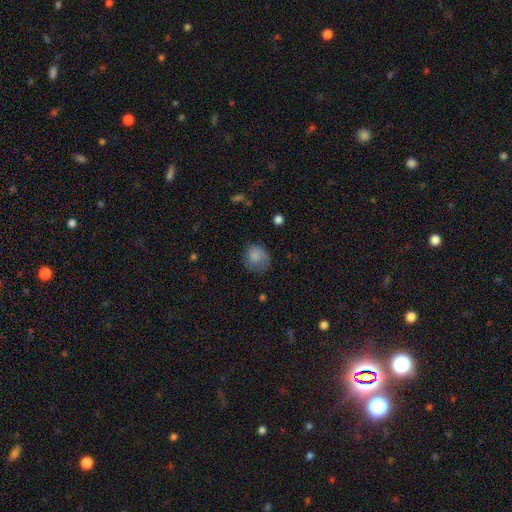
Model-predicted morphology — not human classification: type=smooth (82%); roundness=round (76%); merging=none (62%).